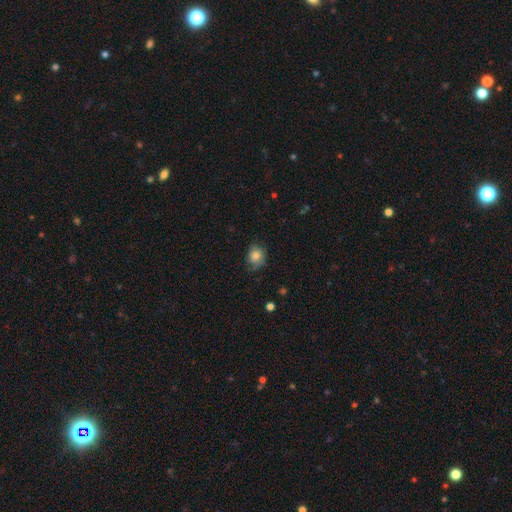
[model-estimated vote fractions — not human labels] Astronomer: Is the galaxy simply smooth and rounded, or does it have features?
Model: smooth — 78%.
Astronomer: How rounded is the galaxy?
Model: round — 60% (runner-up: in between, 39%).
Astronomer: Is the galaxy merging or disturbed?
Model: none — 66%.